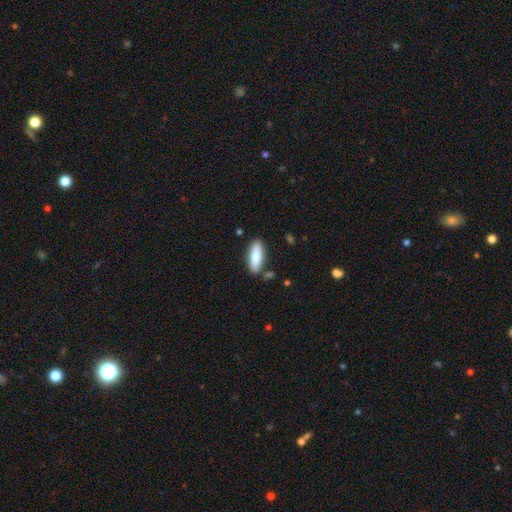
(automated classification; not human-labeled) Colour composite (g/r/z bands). It shows a smooth galaxy with no disk features (76%) that is in between round and cigar-shaped (58%). Merging: none (84%).